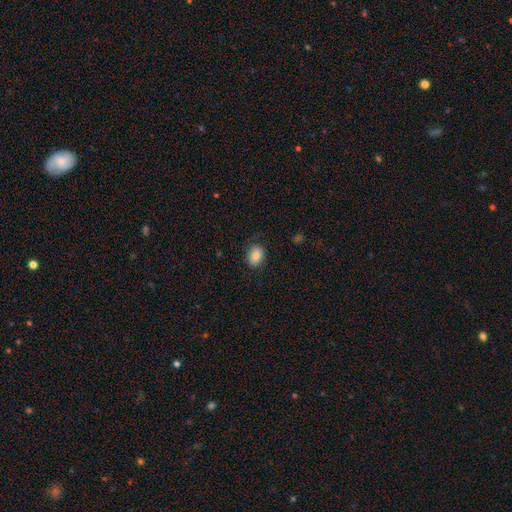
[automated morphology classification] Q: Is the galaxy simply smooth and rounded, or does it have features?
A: smooth — 85%.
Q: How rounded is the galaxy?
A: in between — 69%.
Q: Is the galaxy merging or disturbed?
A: none — 81%.